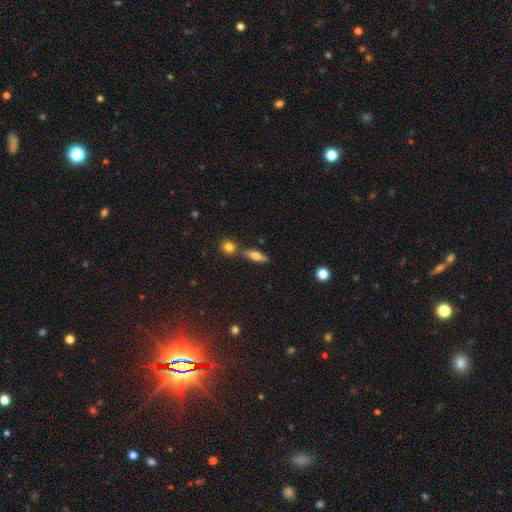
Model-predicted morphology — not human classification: Overall: smooth (73%). How rounded: in between (52%; cigar-shaped 44%). Merging: none (65%).